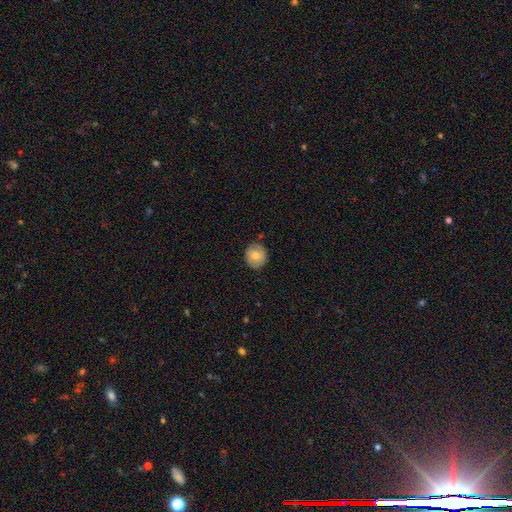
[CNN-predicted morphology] The model was most divided on "smooth or featured": smooth: 72%, featured or disk: 20%, star or artifact: 8%. More confident: how rounded — round (83%); merging — none (81%).